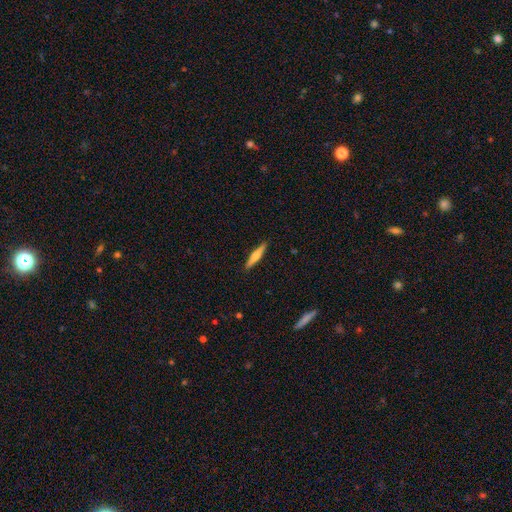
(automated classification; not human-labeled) A smooth galaxy with no disk features (54%) that is cigar-shaped (89%).

Vote fractions:
- Smooth or featured? smooth: 54% / featured or disk: 40% / star or artifact: 6%
- How rounded? cigar-shaped: 89% / in between: 9% / round: 2%
- Merging? none: 91% / minor disturbance: 7% / major disturbance: 1% / merger: 1%